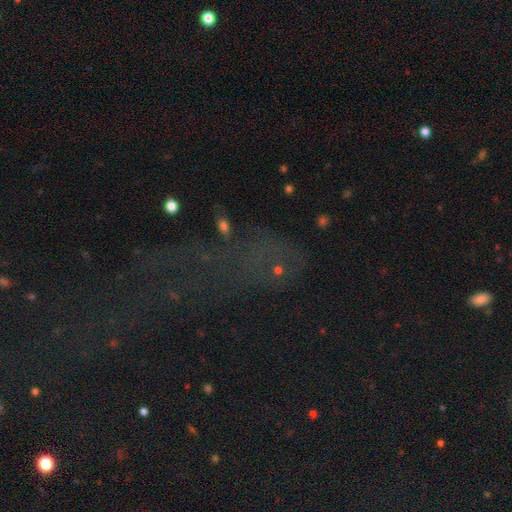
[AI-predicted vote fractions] smooth-or-featured: star or artifact: 62% | smooth: 22% | featured or disk: 16%